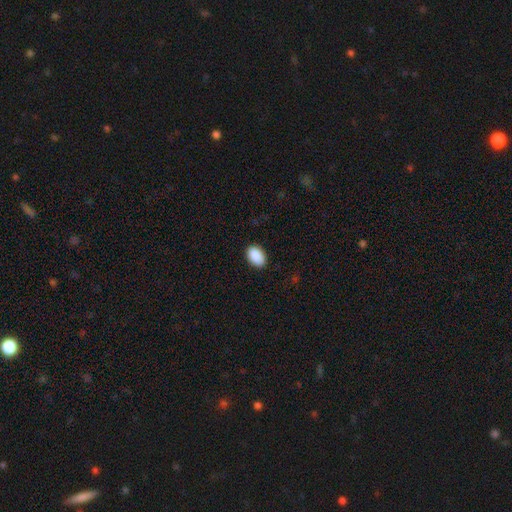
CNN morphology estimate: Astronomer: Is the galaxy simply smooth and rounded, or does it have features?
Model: smooth — 91%.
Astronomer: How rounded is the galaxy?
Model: in between — 87%.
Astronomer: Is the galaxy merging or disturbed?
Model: none — 89%.